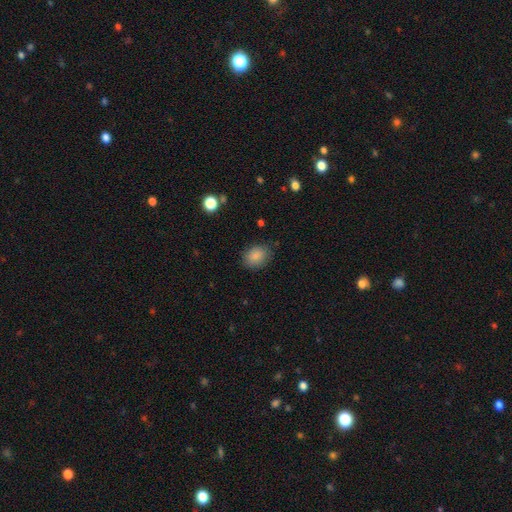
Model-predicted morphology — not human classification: Overall: smooth (86%). How rounded: in between (65%; round 34%). Merging: none (80%).